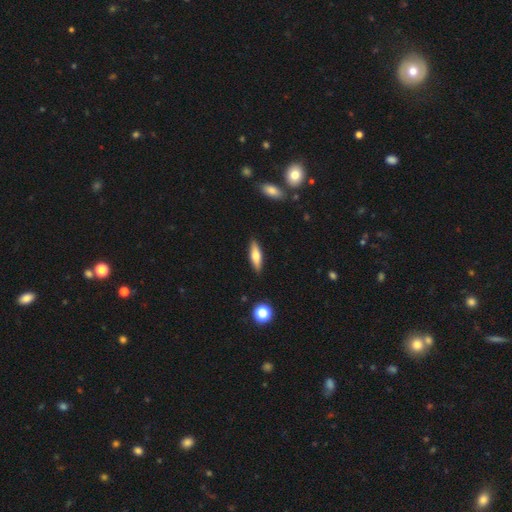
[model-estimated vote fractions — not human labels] Smooth or featured?
  - smooth: 58% *
  - featured or disk: 36%
  - star or artifact: 6%
How rounded?
  - cigar-shaped: 57% *
  - in between: 40%
  - round: 2%
Merging?
  - none: 89% *
  - minor disturbance: 8%
  - major disturbance: 2%
  - merger: 1%